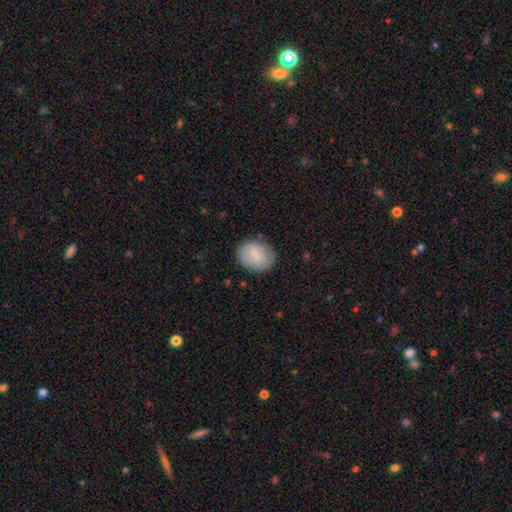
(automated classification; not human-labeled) A smooth galaxy with no disk features (74%) that is round (56%).

Vote fractions:
- Smooth or featured? smooth: 74% / featured or disk: 19% / star or artifact: 7%
- How rounded? round: 56% / in between: 43% / cigar-shaped: 1%
- Merging? none: 79% / minor disturbance: 16% / major disturbance: 4% / merger: 1%